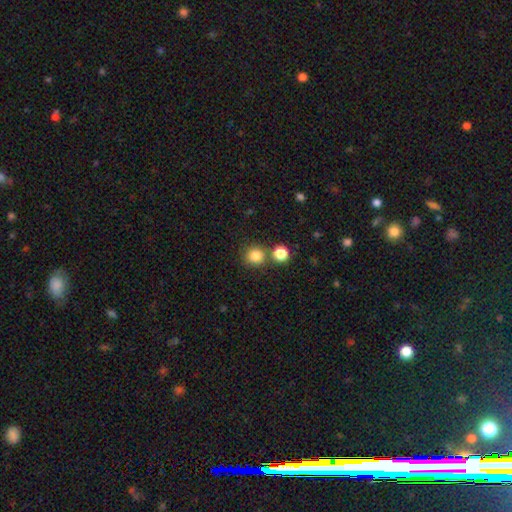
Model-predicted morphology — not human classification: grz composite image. It shows a smooth galaxy with no disk features (82%) that is round (90%). Merging: none (73%).